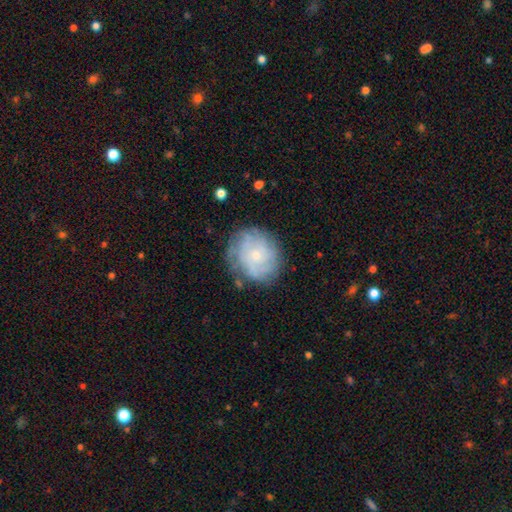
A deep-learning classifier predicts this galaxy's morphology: Smooth or featured: featured or disk — 58% (smooth — 33%)
Edge-on disk: no — 97% (yes — 3%)
Bar: no — 83% (weak — 15%)
Spiral arms: yes — 76% (no — 24%)
Bulge size: small — 72% (moderate — 23%)
Merging: none — 72% (minor disturbance — 19%)